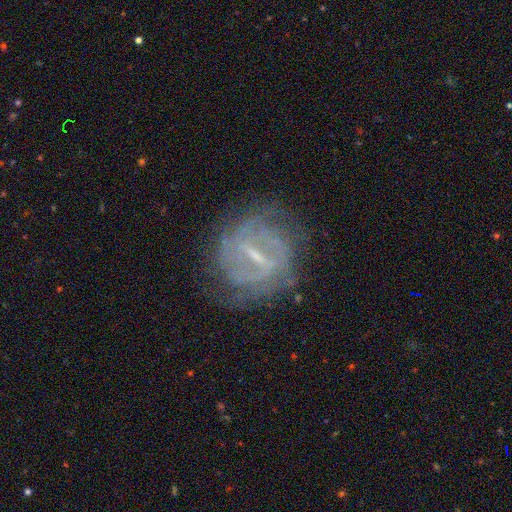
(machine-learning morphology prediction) Q: Smooth or featured?
A: featured or disk (82%); runner-up: smooth (10%)
Q: Edge-on disk?
A: no (95%); runner-up: yes (5%)
Q: Bar?
A: strong (54%); runner-up: weak (38%)
Q: Spiral arms?
A: yes (83%); runner-up: no (17%)
Q: Spiral winding?
A: tight (56%); runner-up: medium (33%)
Q: Spiral arm count?
A: can't tell (42%); runner-up: 2 (33%)
Q: Bulge size?
A: small (62%); runner-up: moderate (20%)
Q: Merging?
A: none (72%); runner-up: minor disturbance (17%)